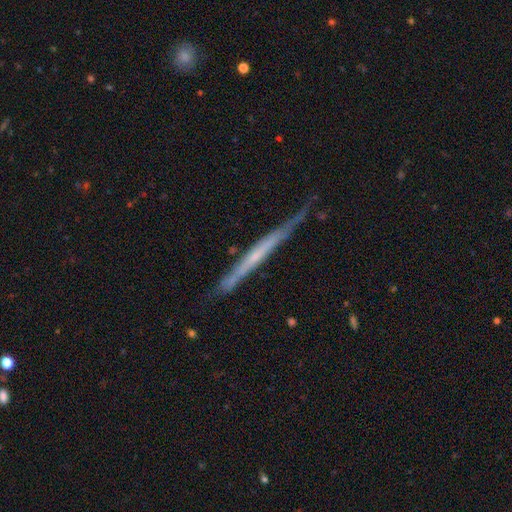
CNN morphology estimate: A featured or disk galaxy (68%) viewed edge-on (95%) with no central bulge (76%).

Vote fractions:
- Smooth or featured? featured or disk: 68% / smooth: 26% / star or artifact: 6%
- Edge-on disk? yes: 95% / no: 5%
- Edge-on bulge? none: 76% / rounded: 18% / boxy: 6%
- Merging? none: 69% / minor disturbance: 25% / major disturbance: 5% / merger: 2%